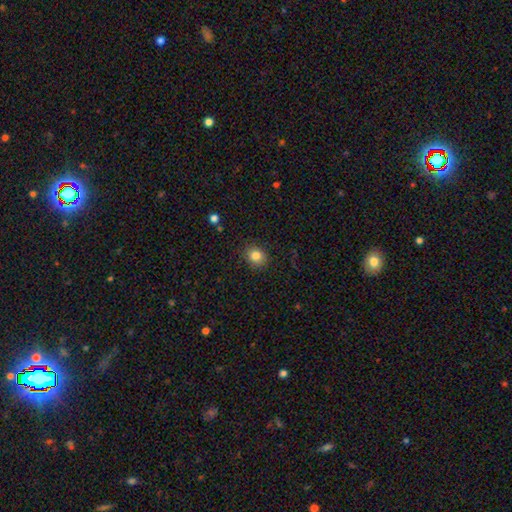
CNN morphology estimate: A smooth galaxy with no disk features (83%) that is round (75%).

Vote fractions:
- Smooth or featured? smooth: 83% / star or artifact: 11% / featured or disk: 6%
- How rounded? round: 75% / in between: 24% / cigar-shaped: 1%
- Merging? none: 87% / minor disturbance: 9% / major disturbance: 2% / merger: 1%